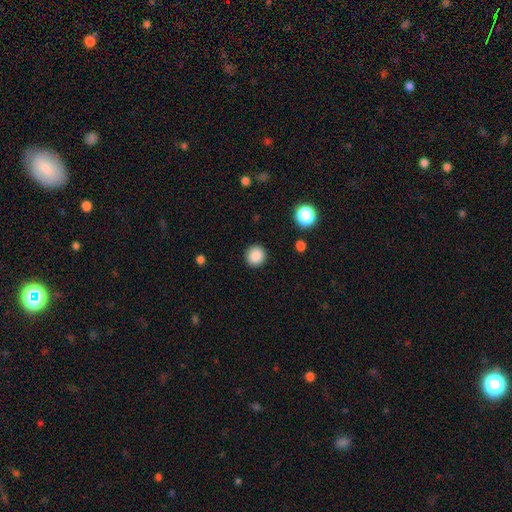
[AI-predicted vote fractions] The model was most divided on "smooth or featured": smooth: 87%, star or artifact: 10%, featured or disk: 3%. More confident: how rounded — round (94%); merging — none (92%).